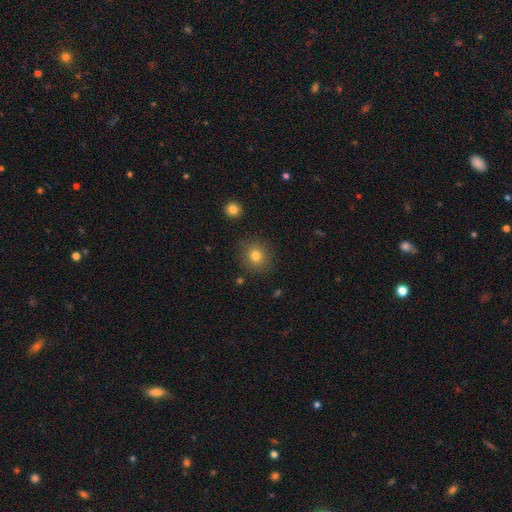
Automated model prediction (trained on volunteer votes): This is likely a smooth galaxy (80%). How rounded: clearly round (86%). Merging: clearly none (87%).